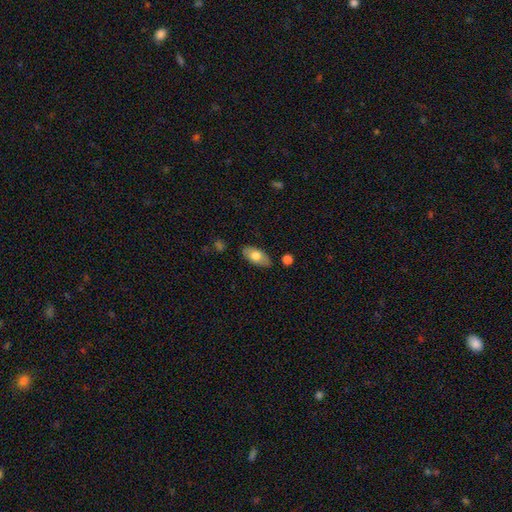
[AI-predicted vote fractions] A smooth galaxy with no disk features (69%) that is in between round and cigar-shaped (90%). Merging: none (83%).